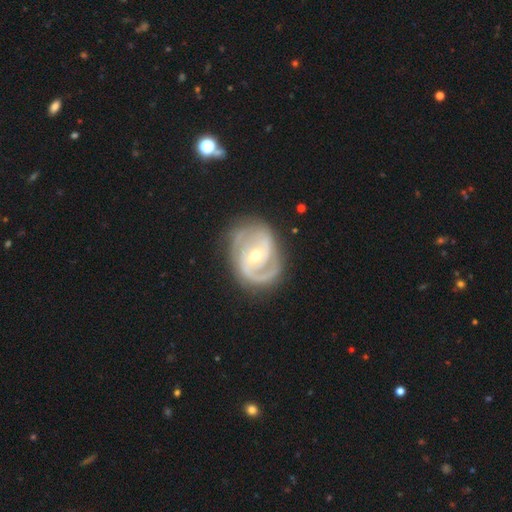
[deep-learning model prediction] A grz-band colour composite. It shows a featured or disk galaxy (89%) with a weak bar (42%), 2 (72%) medium (48%) spiral arms (96%) and a small central bulge (50%). Merging: none (71%).